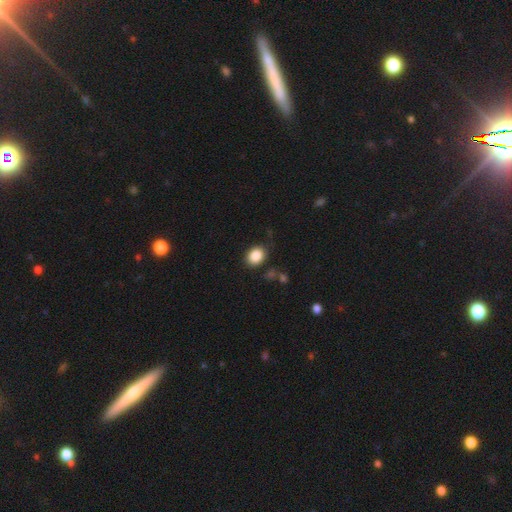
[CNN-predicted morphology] Smooth or featured? smooth (87%)
How rounded? in between (51%)
Merging? none (78%)